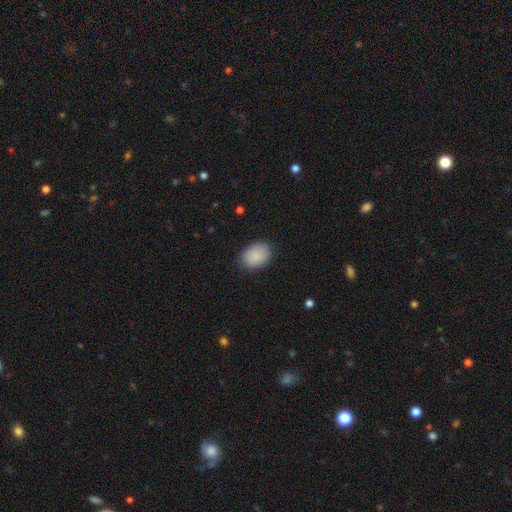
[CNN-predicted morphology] This appears to be a smooth galaxy with no disk features (89%) that is in between round and cigar-shaped (75%). Merging: none (84%).